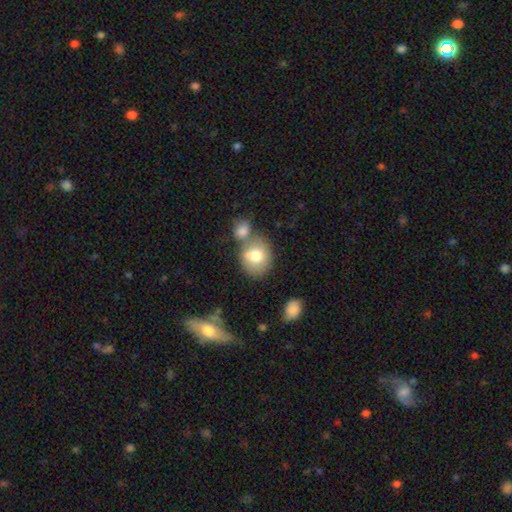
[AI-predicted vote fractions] smooth_or_featured: smooth (p=0.73) [alt: featured or disk p=0.19]
how_rounded: round (p=0.59) [alt: in between p=0.40]
merging: none (p=0.48) [alt: merger p=0.31]